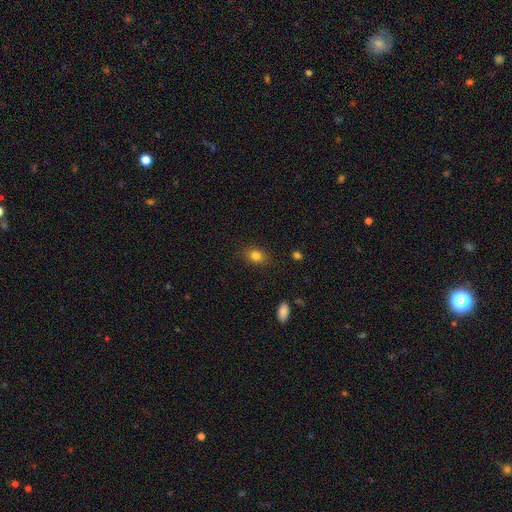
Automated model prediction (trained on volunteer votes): Morphology: type=smooth (82%); roundness=in between (62%); merging=none (84%).